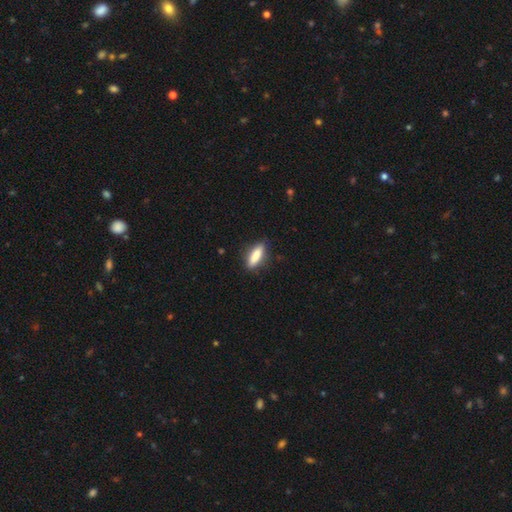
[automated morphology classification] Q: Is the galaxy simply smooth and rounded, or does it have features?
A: smooth — 83%.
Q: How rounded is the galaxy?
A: in between — 52%.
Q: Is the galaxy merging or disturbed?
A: none — 85%.